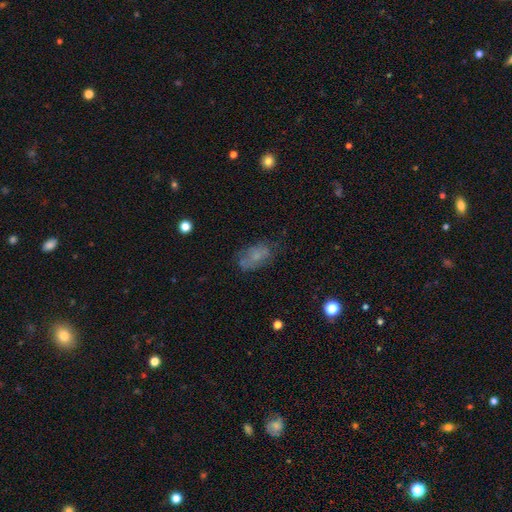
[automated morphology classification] Q: Smooth or featured?
A: smooth (59%); runner-up: featured or disk (27%)
Q: How rounded?
A: in between (89%); runner-up: round (8%)
Q: Merging?
A: none (57%); runner-up: minor disturbance (24%)